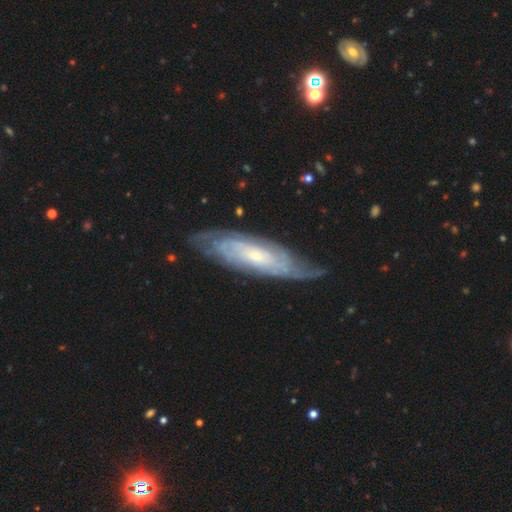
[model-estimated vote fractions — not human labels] Smooth or featured? featured or disk (80%)
Edge-on disk? no (81%)
Bar? no (68%)
Spiral arms? yes (92%)
Spiral winding? tight (71%)
Spiral arm count? can't tell (57%)
Bulge size? small (65%)
Merging? none (70%)